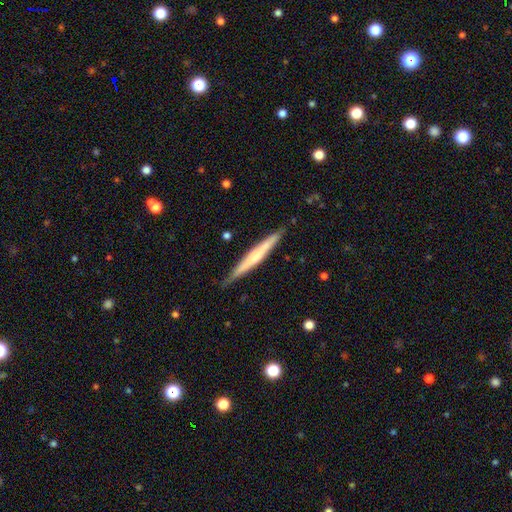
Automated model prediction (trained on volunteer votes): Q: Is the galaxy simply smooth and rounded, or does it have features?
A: featured or disk — 49%.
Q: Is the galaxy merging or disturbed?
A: none — 86%.